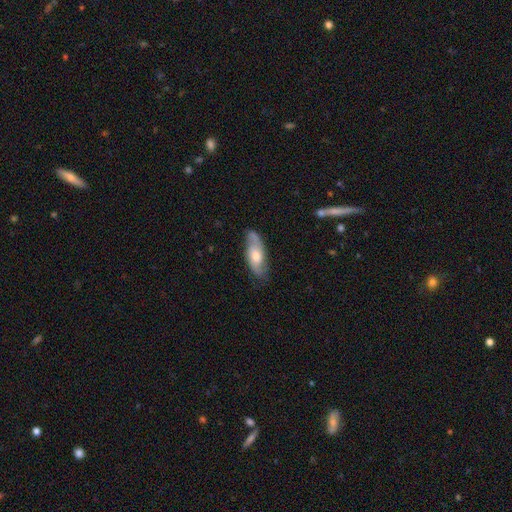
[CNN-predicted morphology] The model was most divided on "smooth or featured": featured or disk: 57%, smooth: 37%, star or artifact: 6%. More confident: edge-on disk — no (82%); merging — none (73%).